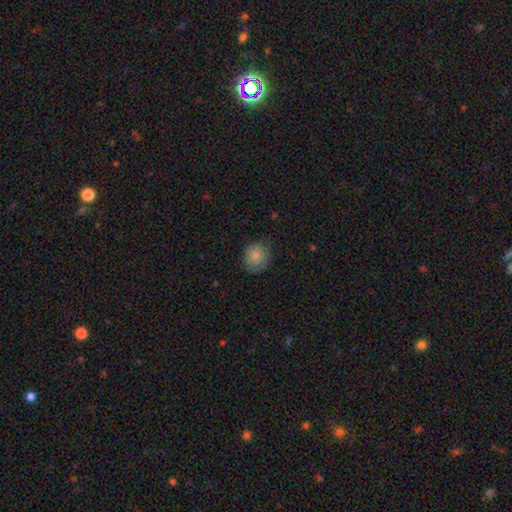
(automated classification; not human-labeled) Q: Smooth or featured?
A: smooth (84%); runner-up: star or artifact (8%)
Q: How rounded?
A: round (83%); runner-up: in between (16%)
Q: Merging?
A: none (76%); runner-up: minor disturbance (20%)